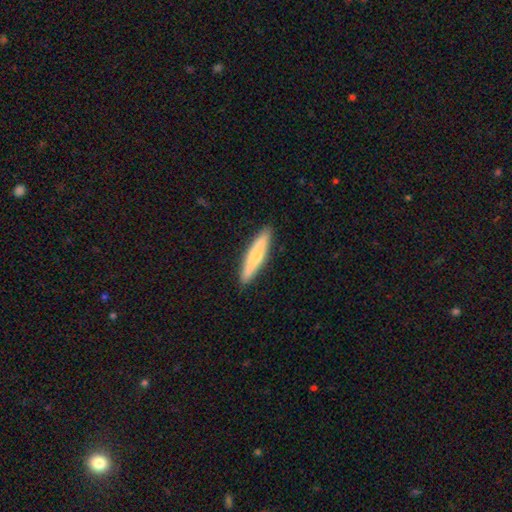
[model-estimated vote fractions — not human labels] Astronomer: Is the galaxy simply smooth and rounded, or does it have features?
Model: smooth — 64%.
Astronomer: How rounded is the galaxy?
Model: cigar-shaped — 88%.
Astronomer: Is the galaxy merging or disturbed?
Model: none — 91%.